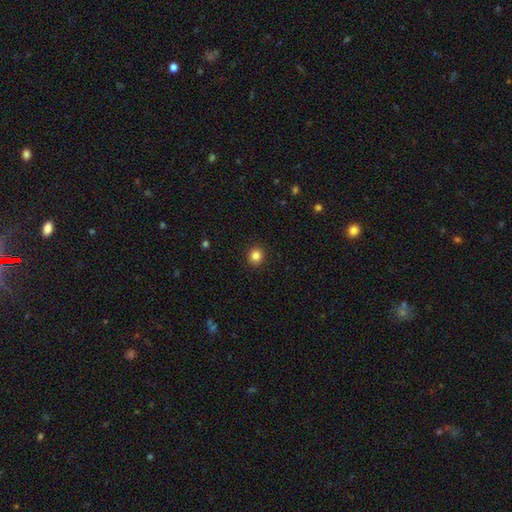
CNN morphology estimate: A smooth galaxy with no disk features (84%) that is round (87%). Merging: none (92%).